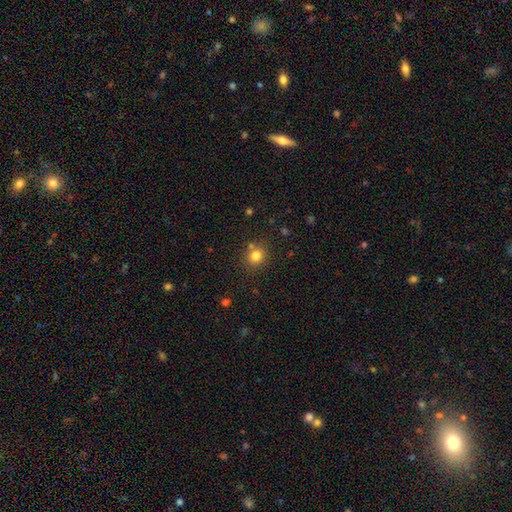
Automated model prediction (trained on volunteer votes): smooth 80%, star or artifact 14%, featured or disk 6%. Down the decision tree: how rounded — round (81%); merging — none (76%).